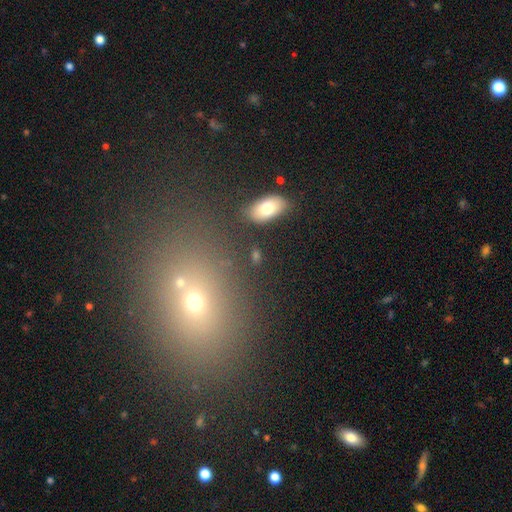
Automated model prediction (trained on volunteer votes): A smooth galaxy with no disk features (67%) that is in between round and cigar-shaped (83%). Merging: none (78%).